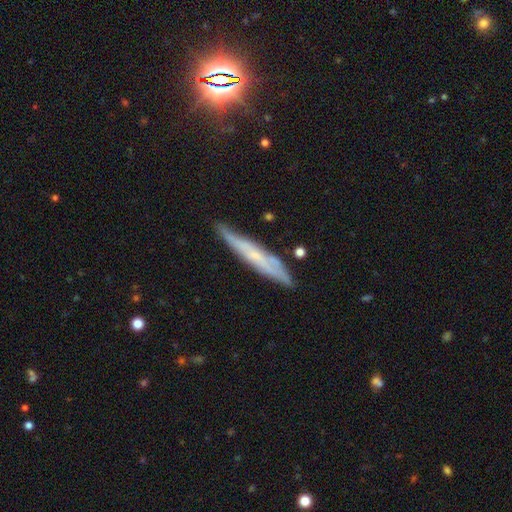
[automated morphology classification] featured or disk 53%, smooth 39%, star or artifact 8%. Down the decision tree: edge-on disk — yes (78%); merging — none (75%).